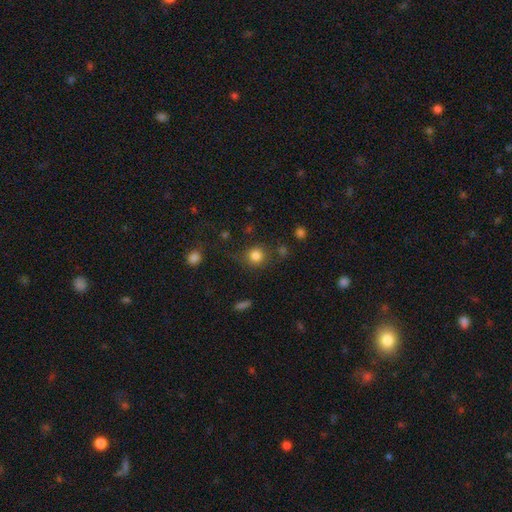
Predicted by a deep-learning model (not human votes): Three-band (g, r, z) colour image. It shows a smooth galaxy with no disk features (82%) that is round (90%). Merging: none (77%).